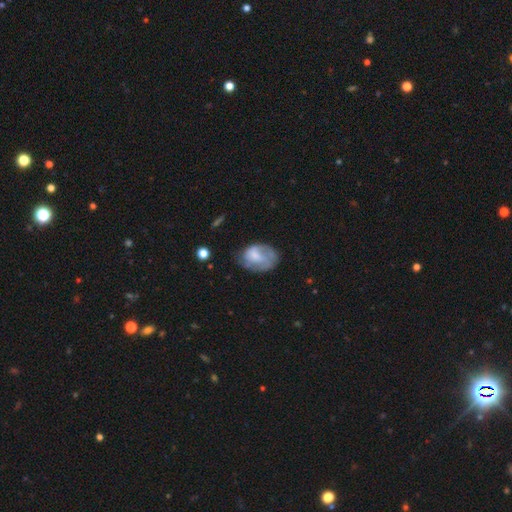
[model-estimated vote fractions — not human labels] smooth-or-featured: smooth: 47% | featured or disk: 46% | star or artifact: 7%
  merging: none: 48% | minor disturbance: 30% | major disturbance: 20% | merger: 2%